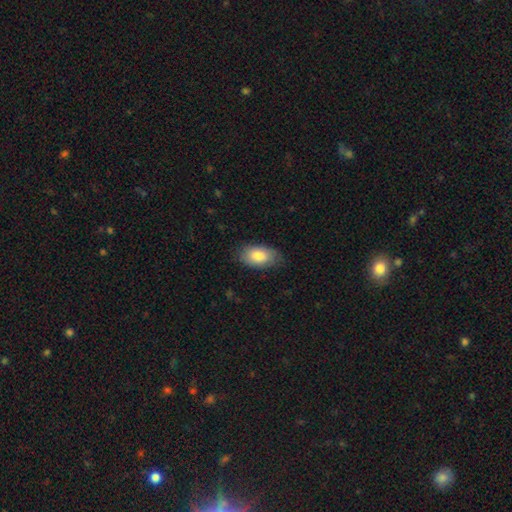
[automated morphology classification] Smooth or featured: smooth — 82% (featured or disk — 12%)
How rounded: in between — 94% (round — 4%)
Merging: none — 77% (minor disturbance — 19%)